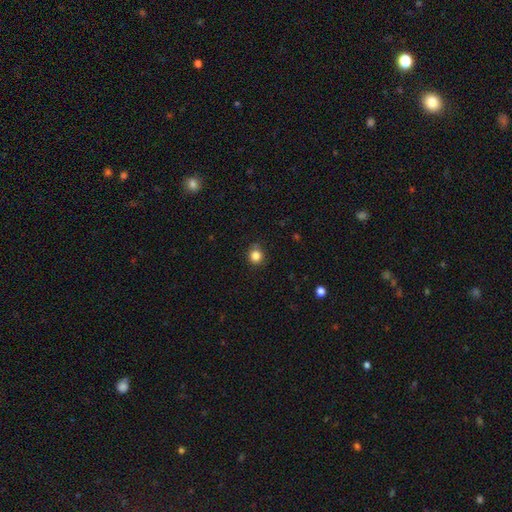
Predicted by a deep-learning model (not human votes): smooth-or-featured: smooth: 84% | star or artifact: 12% | featured or disk: 4%
  how-rounded: round: 91% | in between: 8% | cigar-shaped: 1%
  merging: none: 84% | minor disturbance: 12% | major disturbance: 2% | merger: 1%